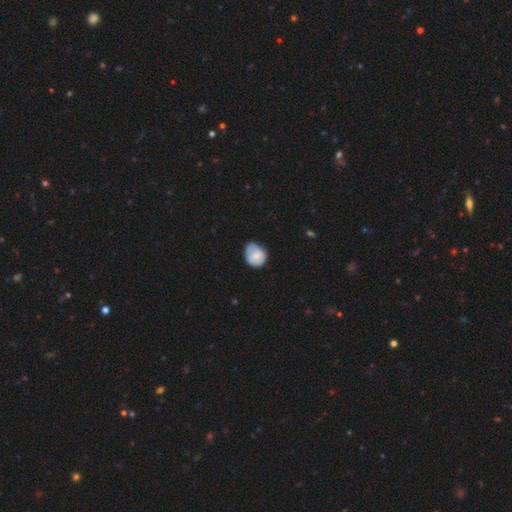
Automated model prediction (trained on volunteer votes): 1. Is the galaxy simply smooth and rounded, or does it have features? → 73% smooth, 20% featured or disk, 7% star or artifact.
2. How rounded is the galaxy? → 62% round, 37% in between, 1% cigar-shaped.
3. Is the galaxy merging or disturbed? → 50% none, 39% minor disturbance, 9% major disturbance, 2% merger.